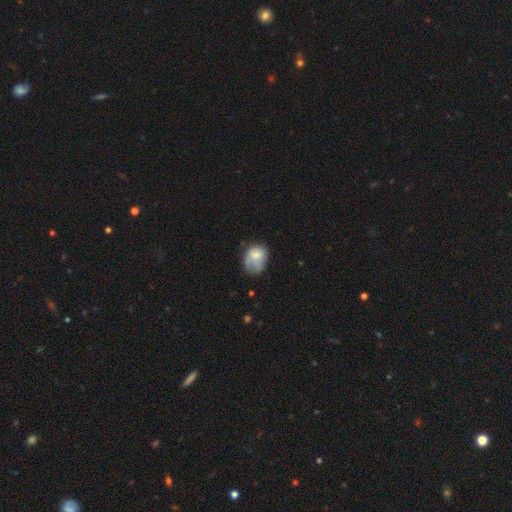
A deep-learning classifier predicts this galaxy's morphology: Q: Smooth or featured?
A: smooth (66%); runner-up: featured or disk (26%)
Q: How rounded?
A: in between (60%); runner-up: round (39%)
Q: Merging?
A: minor disturbance (34%); runner-up: none (32%)